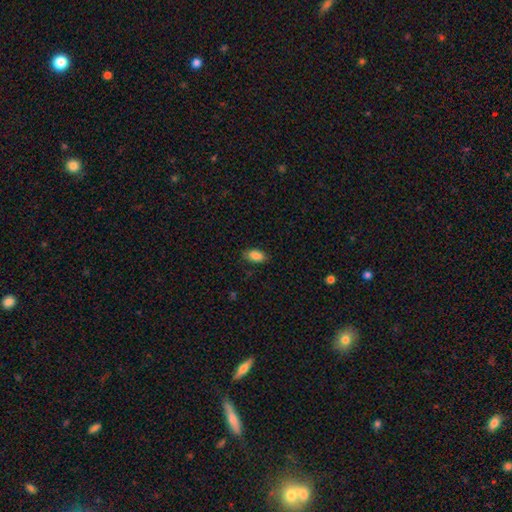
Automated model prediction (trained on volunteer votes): Overall: smooth (87%). How rounded: in between (92%). Merging: none (82%).